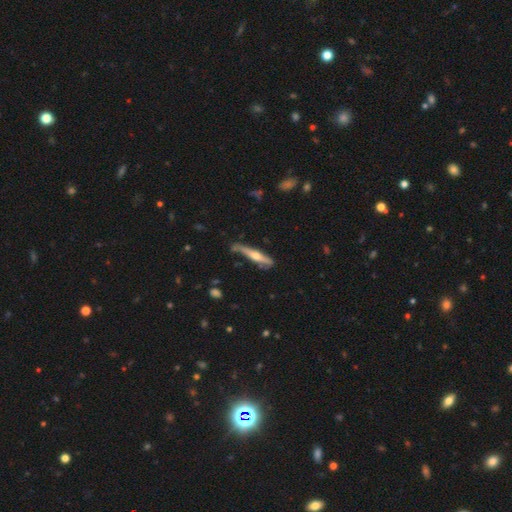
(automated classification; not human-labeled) Morphology: type=featured or disk (62%); edge-on=yes (94%); edge-on bulge=rounded (89%); merging=none (68%).